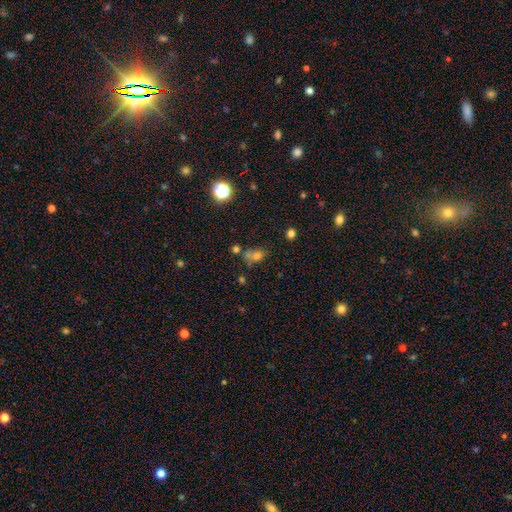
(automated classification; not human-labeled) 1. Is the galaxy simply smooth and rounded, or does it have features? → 65% smooth, 22% star or artifact, 13% featured or disk.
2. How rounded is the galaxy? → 55% in between, 43% round, 2% cigar-shaped.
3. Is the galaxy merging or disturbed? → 38% none, 32% merger, 17% minor disturbance, 12% major disturbance.